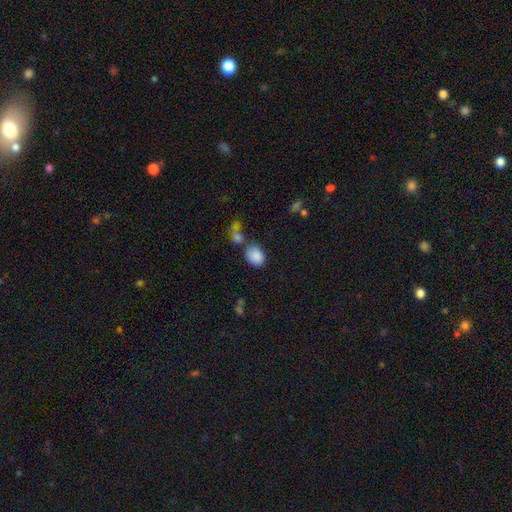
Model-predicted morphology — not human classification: Smooth or featured? Predicted: smooth (p=0.86). How rounded? Predicted: in between (p=0.71). Merging? Predicted: none (p=0.58).